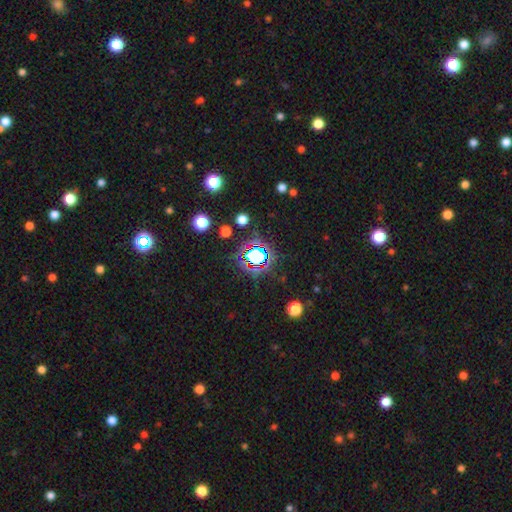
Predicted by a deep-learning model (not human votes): This appears to be a star or artifact, not a galaxy (69%).